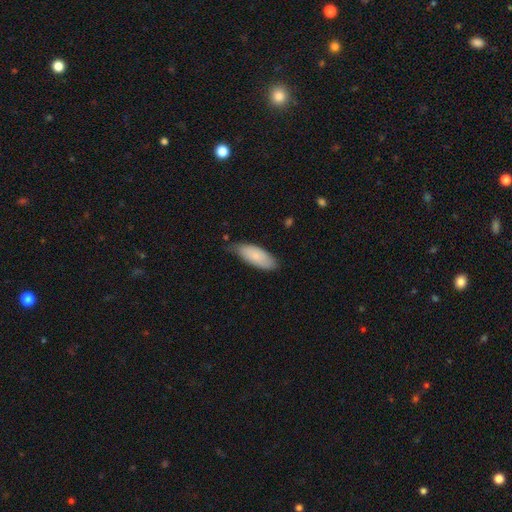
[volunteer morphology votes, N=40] This appears to be a smooth galaxy with no disk features (88%) that is in between round and cigar-shaped (83%). Merging: none (65%).